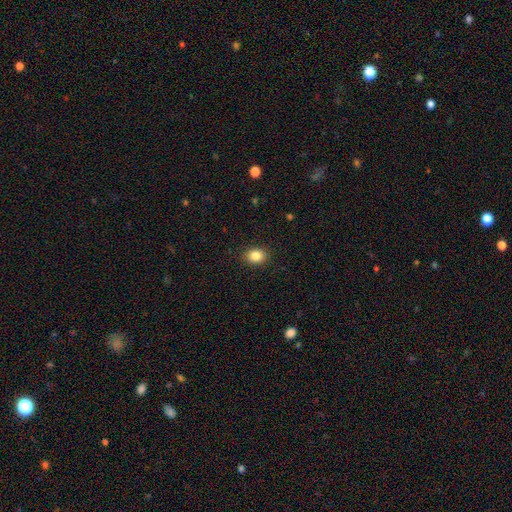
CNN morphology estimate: Smooth or featured? smooth (85%)
How rounded? round (53%)
Merging? none (90%)